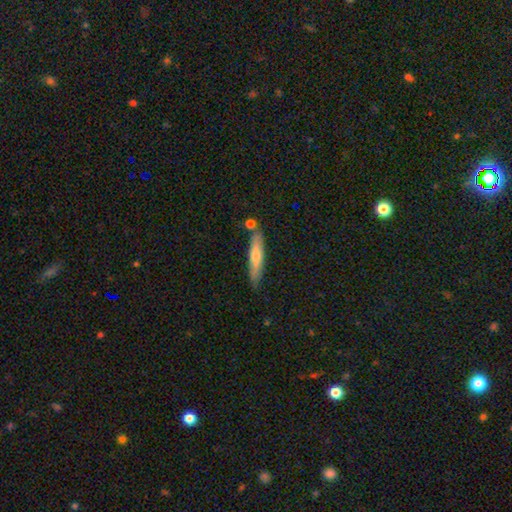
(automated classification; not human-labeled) Smooth or featured?
  - smooth: 61% *
  - featured or disk: 33%
  - star or artifact: 6%
How rounded?
  - cigar-shaped: 86% *
  - in between: 13%
  - round: 2%
Merging?
  - none: 75% *
  - minor disturbance: 14%
  - merger: 8%
  - major disturbance: 3%